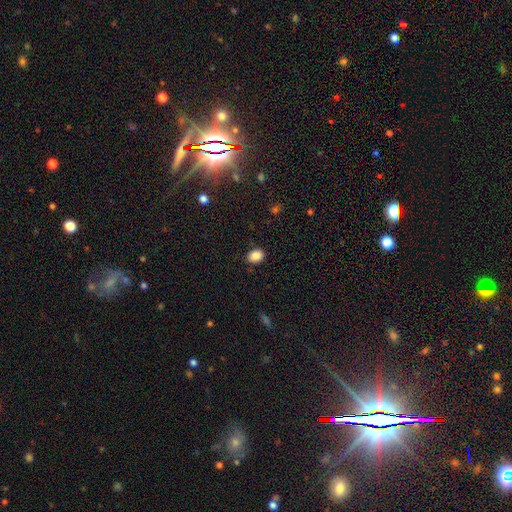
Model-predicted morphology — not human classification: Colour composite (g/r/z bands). It shows a smooth galaxy with no disk features (87%) that is in between round and cigar-shaped (62%). Merging: none (86%).